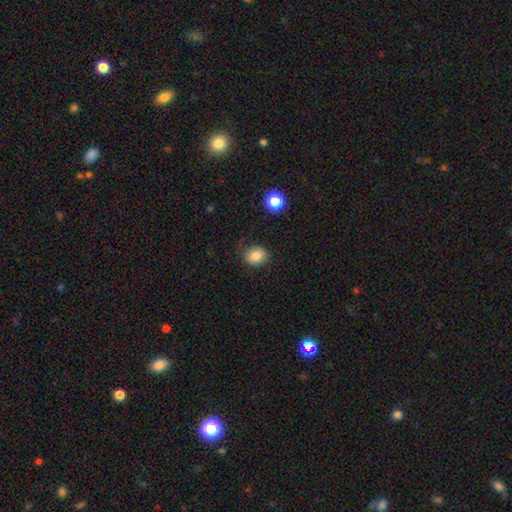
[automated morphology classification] Smooth or featured: smooth — 82% (star or artifact — 11%)
How rounded: round — 65% (in between — 34%)
Merging: none — 76% (minor disturbance — 17%)